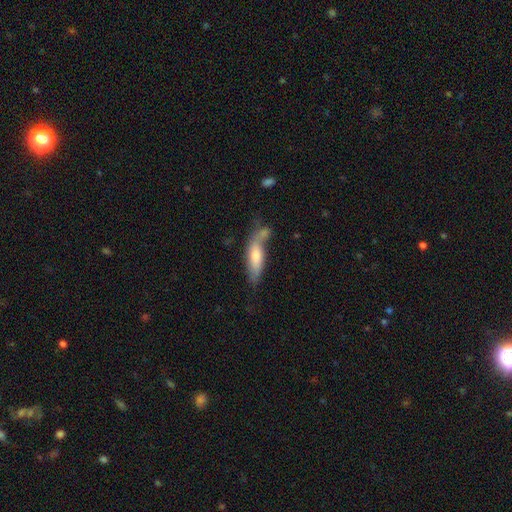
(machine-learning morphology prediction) Smooth or featured?
  - smooth: 66% *
  - featured or disk: 27%
  - star or artifact: 7%
How rounded?
  - cigar-shaped: 52% *
  - in between: 46%
  - round: 2%
Merging?
  - none: 39% *
  - merger: 26%
  - minor disturbance: 23%
  - major disturbance: 12%